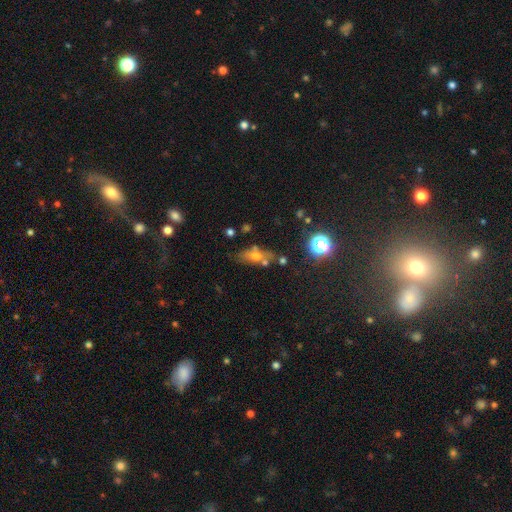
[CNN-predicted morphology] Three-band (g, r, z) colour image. It shows a smooth galaxy with no disk features (54%) that is in between round and cigar-shaped (68%). Merging: none (55%).